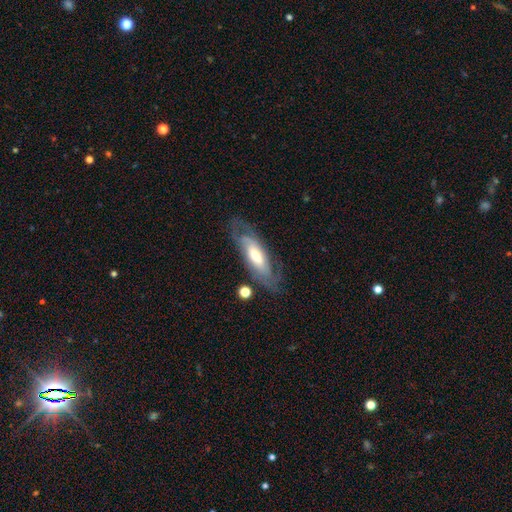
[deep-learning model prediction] featured or disk 67%, smooth 26%, star or artifact 6%. Down the decision tree: edge-on disk — no (80%); bar — no (55%); spiral arms — yes (80%); bulge size — moderate (58%); merging — none (69%).